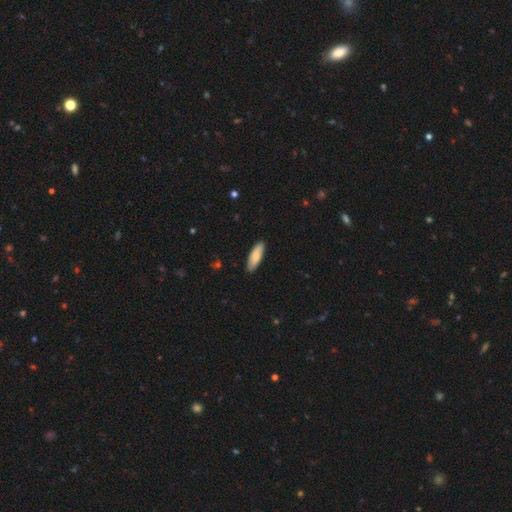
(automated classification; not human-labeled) Smooth or featured? smooth (83%)
How rounded? in between (56%)
Merging? none (88%)